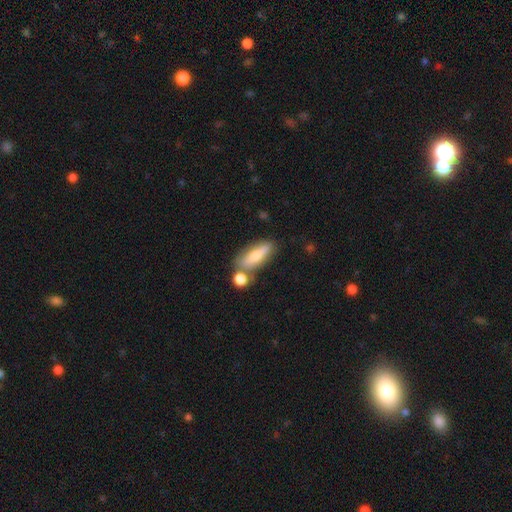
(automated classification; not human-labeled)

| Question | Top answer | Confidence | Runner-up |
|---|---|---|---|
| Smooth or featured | smooth | 66% | featured or disk (28%) |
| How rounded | in between | 55% | cigar-shaped (41%) |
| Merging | none | 61% | merger (19%) |